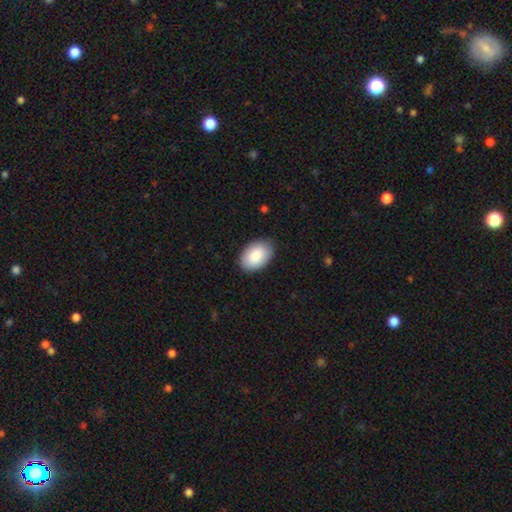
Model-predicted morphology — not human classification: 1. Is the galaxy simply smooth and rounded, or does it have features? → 86% smooth, 8% featured or disk, 6% star or artifact.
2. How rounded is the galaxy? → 89% in between, 10% round, 1% cigar-shaped.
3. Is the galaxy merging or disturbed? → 87% none, 10% minor disturbance, 2% major disturbance, 1% merger.